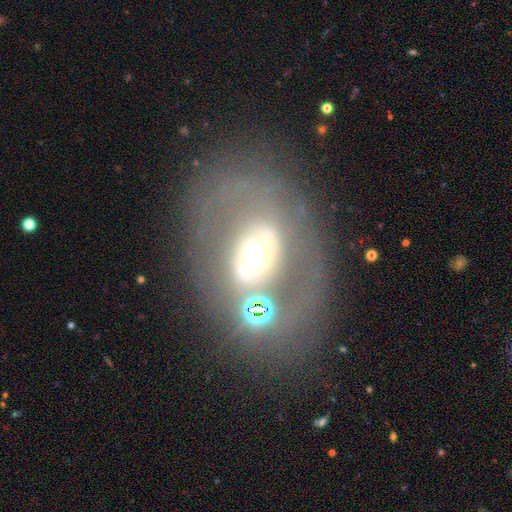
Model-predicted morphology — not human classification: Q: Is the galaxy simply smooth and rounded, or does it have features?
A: featured or disk — 56%.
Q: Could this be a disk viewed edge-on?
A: no — 92%.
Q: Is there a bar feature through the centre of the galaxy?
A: no — 59%.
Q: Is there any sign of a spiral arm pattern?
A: no — 77%.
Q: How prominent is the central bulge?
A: moderate — 55%.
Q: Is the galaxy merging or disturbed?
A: none — 64%.